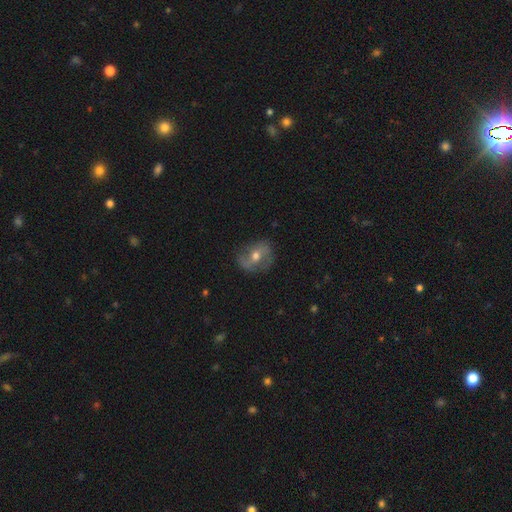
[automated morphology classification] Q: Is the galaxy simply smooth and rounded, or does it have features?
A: featured or disk — 64%.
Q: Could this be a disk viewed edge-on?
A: no — 95%.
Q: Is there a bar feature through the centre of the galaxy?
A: weak — 38%, tied with no.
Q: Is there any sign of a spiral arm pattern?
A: yes — 76%.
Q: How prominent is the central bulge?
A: moderate — 70%.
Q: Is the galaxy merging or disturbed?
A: none — 73%.